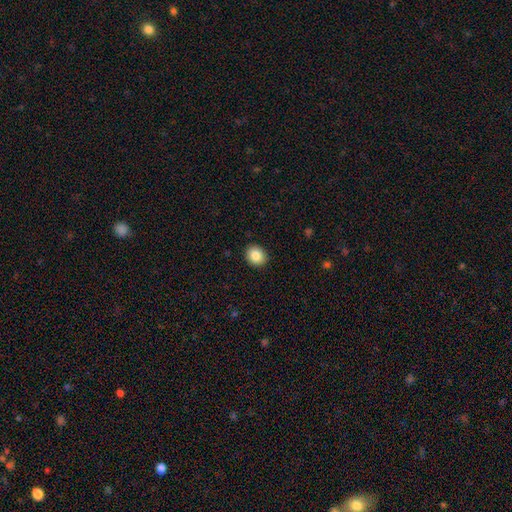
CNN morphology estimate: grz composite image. It shows a smooth galaxy with no disk features (86%) that is round (68%). Merging: none (91%).